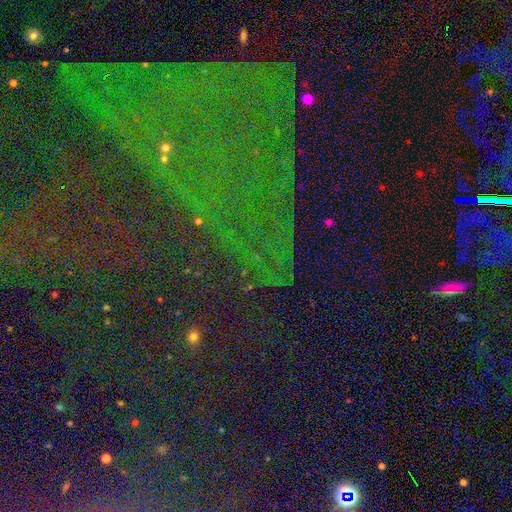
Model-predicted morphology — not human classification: star or artifact 82%, smooth 10%, featured or disk 9%.